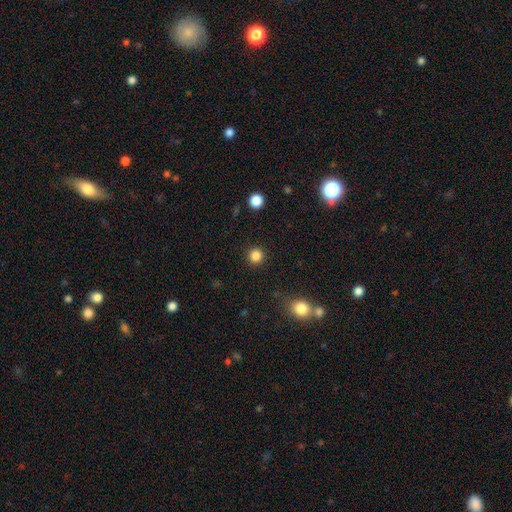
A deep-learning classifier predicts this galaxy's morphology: Q: Smooth or featured?
A: smooth (85%); runner-up: star or artifact (12%)
Q: How rounded?
A: round (95%); runner-up: in between (4%)
Q: Merging?
A: none (92%); runner-up: minor disturbance (5%)